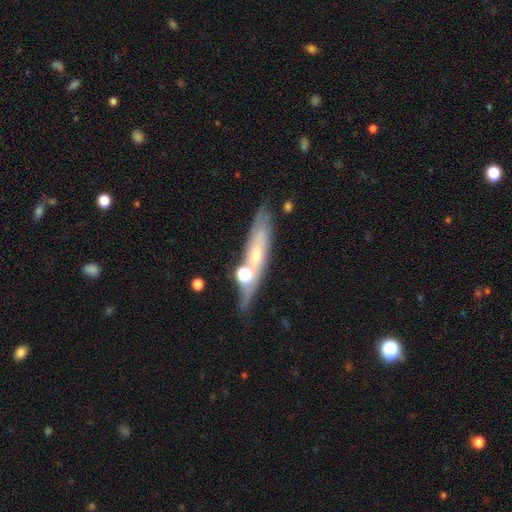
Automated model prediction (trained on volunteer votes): The model was most divided on "edge-on disk": yes: 62%, no: 38%. More confident: merging — none (62%); smooth or featured — featured or disk (58%).